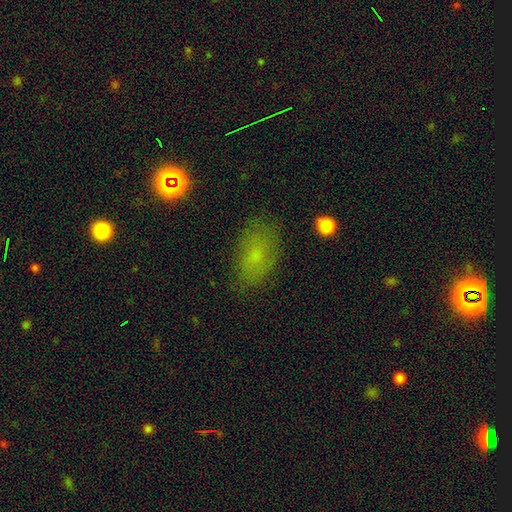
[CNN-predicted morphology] A smooth galaxy with no disk features (66%) that is in between round and cigar-shaped (88%).

Vote fractions:
- Smooth or featured? smooth: 66% / star or artifact: 18% / featured or disk: 16%
- How rounded? in between: 88% / round: 9% / cigar-shaped: 3%
- Merging? none: 77% / minor disturbance: 16% / major disturbance: 6% / merger: 1%